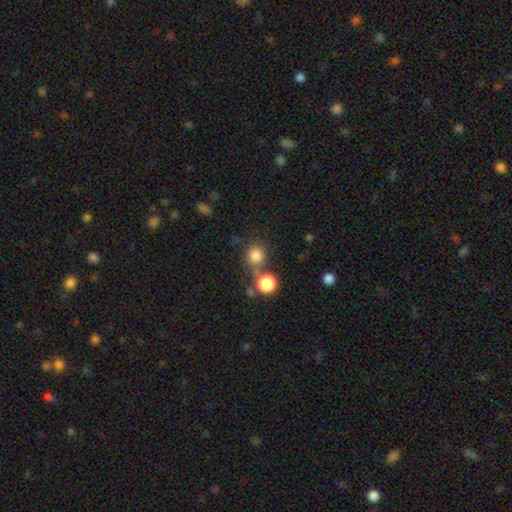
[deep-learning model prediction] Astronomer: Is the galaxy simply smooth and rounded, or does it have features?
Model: smooth — 82%.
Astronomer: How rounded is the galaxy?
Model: round — 85%.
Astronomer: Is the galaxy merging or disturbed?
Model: none — 61%.